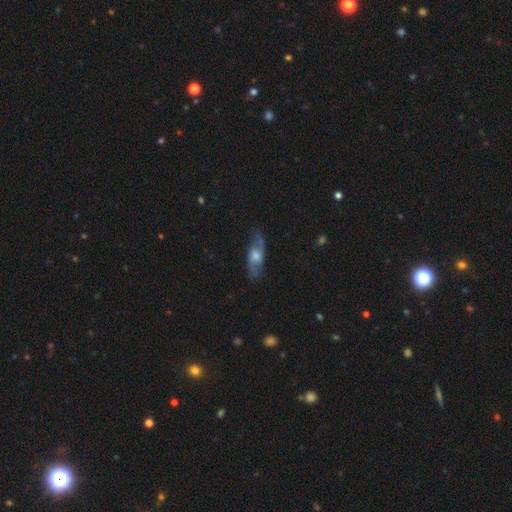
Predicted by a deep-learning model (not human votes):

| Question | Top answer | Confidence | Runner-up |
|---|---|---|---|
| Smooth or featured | featured or disk | 60% | smooth (33%) |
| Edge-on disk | no | 68% | yes (32%) |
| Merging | none | 68% | minor disturbance (21%) |